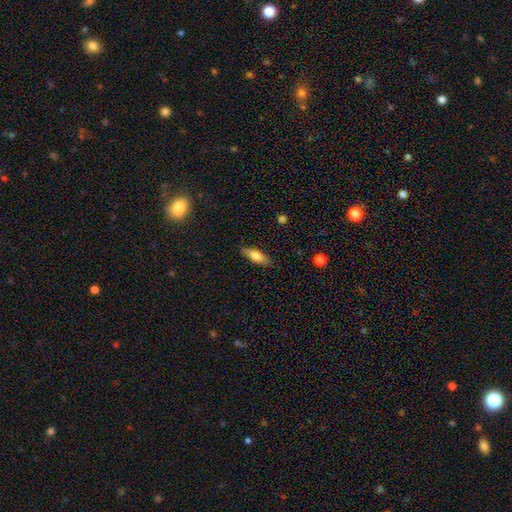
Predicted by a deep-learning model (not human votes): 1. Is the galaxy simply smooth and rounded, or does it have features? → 68% smooth, 25% featured or disk, 7% star or artifact.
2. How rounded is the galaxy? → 50% in between, 47% cigar-shaped, 2% round.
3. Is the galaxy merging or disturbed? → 86% none, 11% minor disturbance, 2% major disturbance, 1% merger.